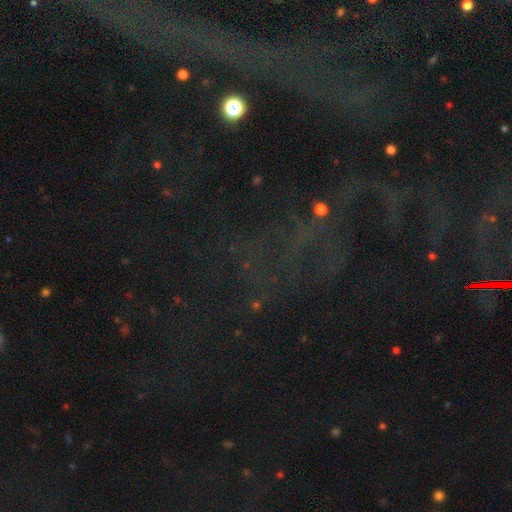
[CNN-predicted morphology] type=star or artifact (73%).